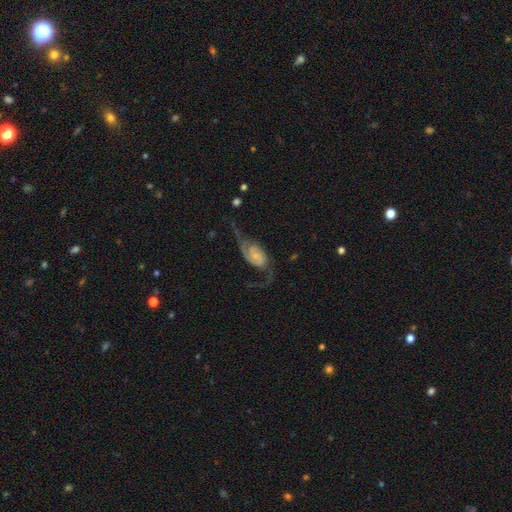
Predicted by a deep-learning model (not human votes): This appears to be a featured or disk galaxy (85%) with no bar (55%), 2 (92%) loose (52%) spiral arms (96%) and a small central bulge (59%). Merging: none (56%).